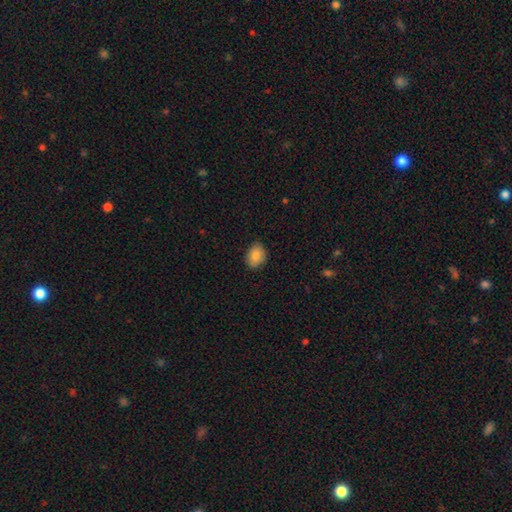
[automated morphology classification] smooth_or_featured: smooth (p=0.85) [alt: star or artifact p=0.08]
how_rounded: in between (p=0.68) [alt: round p=0.31]
merging: none (p=0.81) [alt: minor disturbance p=0.16]